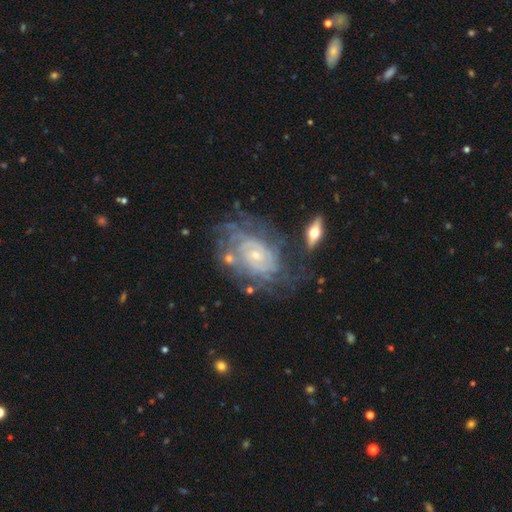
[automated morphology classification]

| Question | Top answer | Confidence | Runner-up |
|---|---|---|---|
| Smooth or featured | featured or disk | 85% | smooth (8%) |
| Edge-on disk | no | 96% | yes (4%) |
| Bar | no | 74% | weak (21%) |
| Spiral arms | yes | 94% | no (6%) |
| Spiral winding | tight | 74% | medium (20%) |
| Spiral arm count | can't tell | 44% | 4 (15%) |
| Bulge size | small | 76% | moderate (19%) |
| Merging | none | 60% | minor disturbance (20%) |